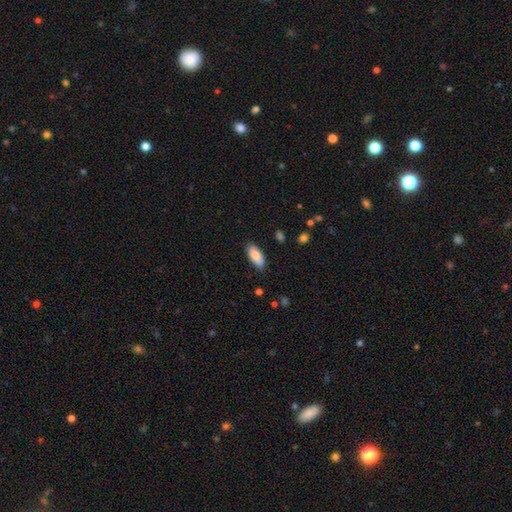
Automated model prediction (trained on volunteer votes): Smooth or featured: smooth — 88% (featured or disk — 6%)
How rounded: in between — 85% (cigar-shaped — 14%)
Merging: none — 85% (minor disturbance — 12%)